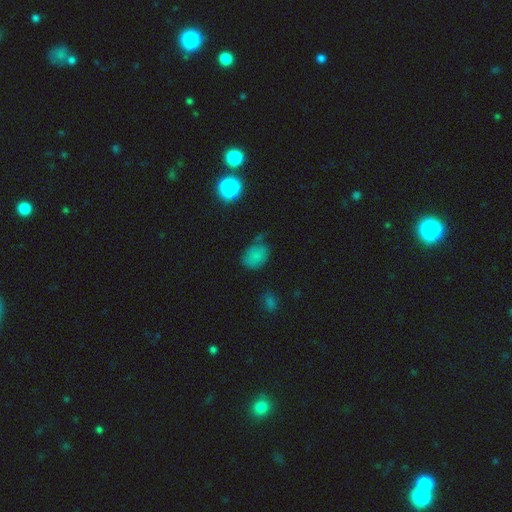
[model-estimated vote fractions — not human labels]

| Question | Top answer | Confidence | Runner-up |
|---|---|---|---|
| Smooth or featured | smooth | 76% | star or artifact (16%) |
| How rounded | in between | 66% | round (33%) |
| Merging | none | 53% | minor disturbance (29%) |